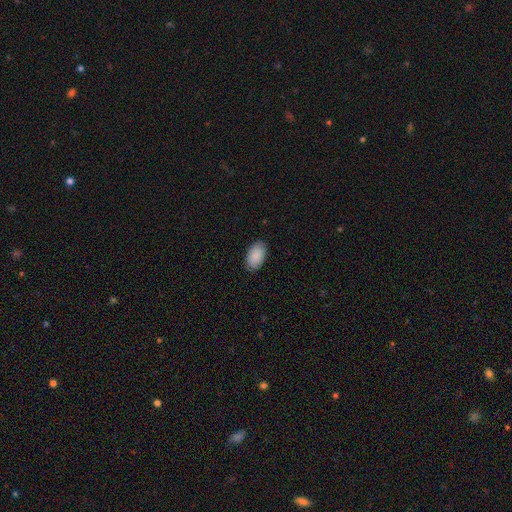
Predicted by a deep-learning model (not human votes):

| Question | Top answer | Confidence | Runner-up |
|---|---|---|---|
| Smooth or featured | smooth | 90% | star or artifact (6%) |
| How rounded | in between | 95% | round (4%) |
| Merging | none | 88% | minor disturbance (9%) |